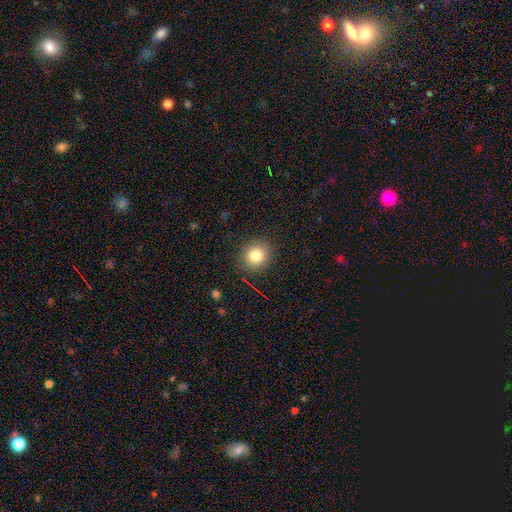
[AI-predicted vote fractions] Smooth or featured? smooth (81%)
How rounded? round (79%)
Merging? none (86%)